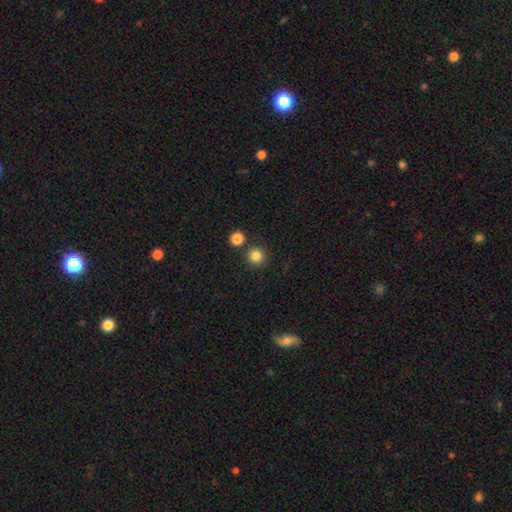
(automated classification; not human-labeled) Smooth or featured? Predicted: smooth (p=0.84). How rounded? Predicted: round (p=0.95). Merging? Predicted: none (p=0.84).